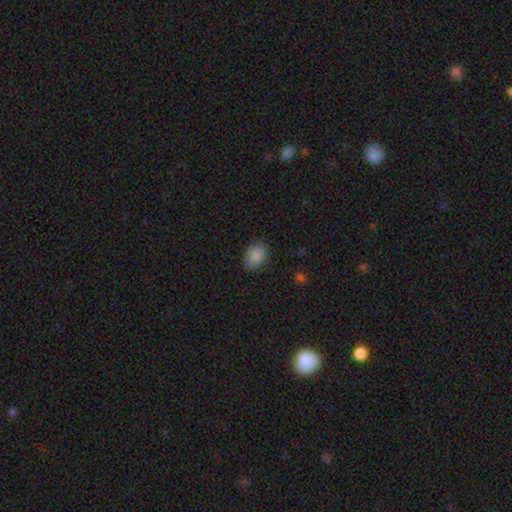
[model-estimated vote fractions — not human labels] Morphology: type=smooth (88%); roundness=in between (78%); merging=none (84%).